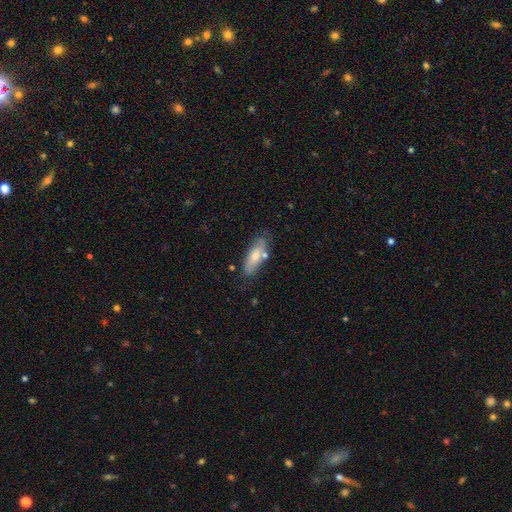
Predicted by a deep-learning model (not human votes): Smooth or featured? smooth (70%)
How rounded? in between (67%)
Merging? none (67%)